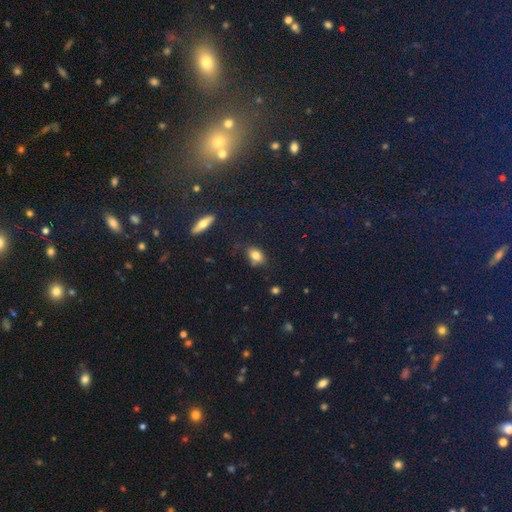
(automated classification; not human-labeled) This appears to be a smooth galaxy with no disk features (78%) that is in between round and cigar-shaped (81%). Merging: none (76%).